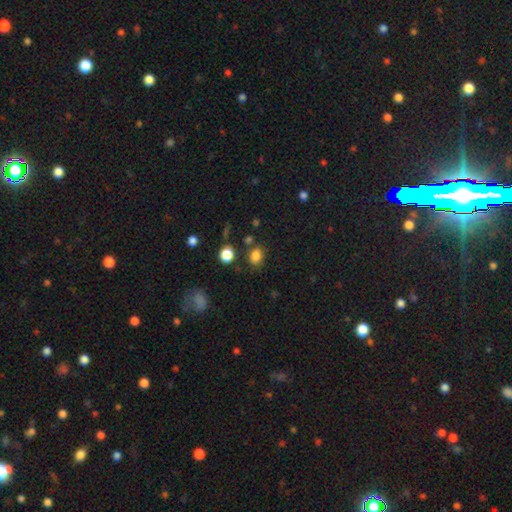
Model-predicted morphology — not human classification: Q: Smooth or featured?
A: smooth (81%); runner-up: star or artifact (14%)
Q: How rounded?
A: in between (55%); runner-up: round (44%)
Q: Merging?
A: none (74%); runner-up: minor disturbance (14%)